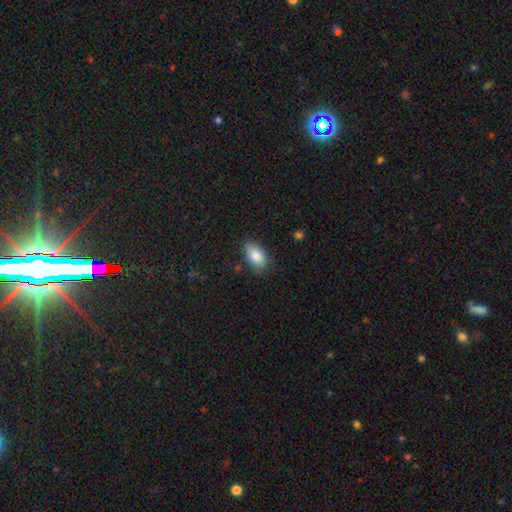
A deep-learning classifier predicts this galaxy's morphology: Overall: smooth (85%). How rounded: in between (92%). Merging: none (78%).